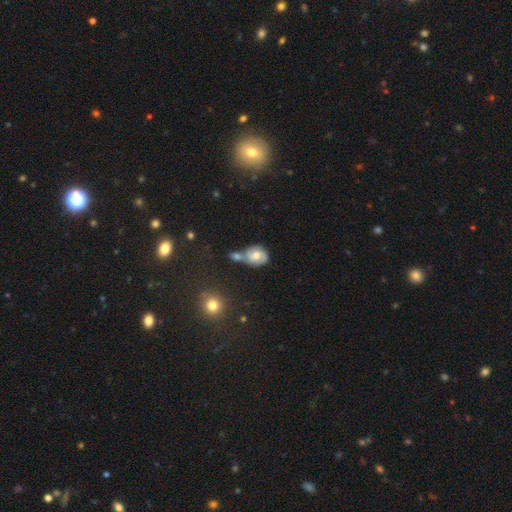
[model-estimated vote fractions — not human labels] Morphology: type=smooth (51%); roundness=round (53%); merging=merger (42%).